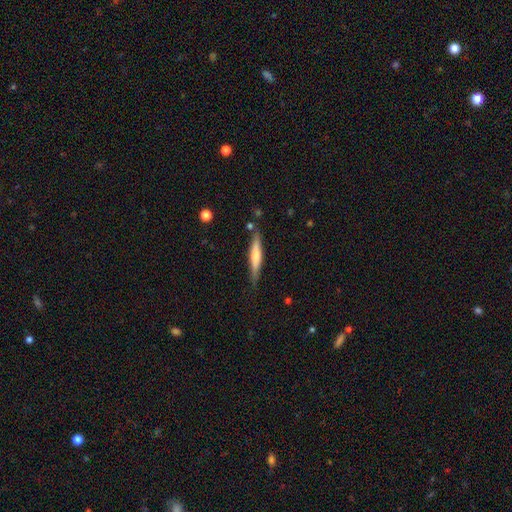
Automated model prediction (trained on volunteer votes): smooth_or_featured: featured or disk (p=0.48) [alt: smooth p=0.46]
merging: none (p=0.82) [alt: minor disturbance p=0.13]